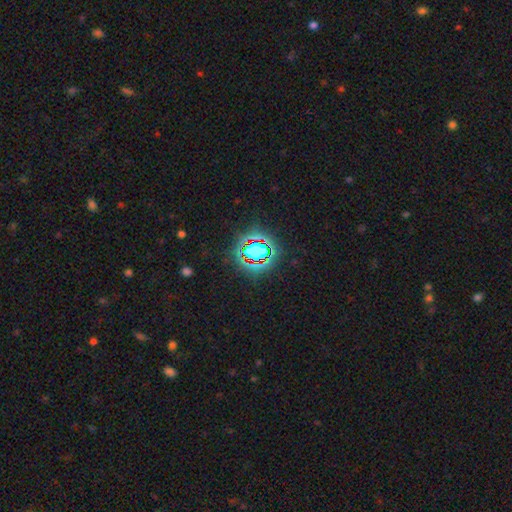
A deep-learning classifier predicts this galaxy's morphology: star or artifact 79%, smooth 14%, featured or disk 8%.